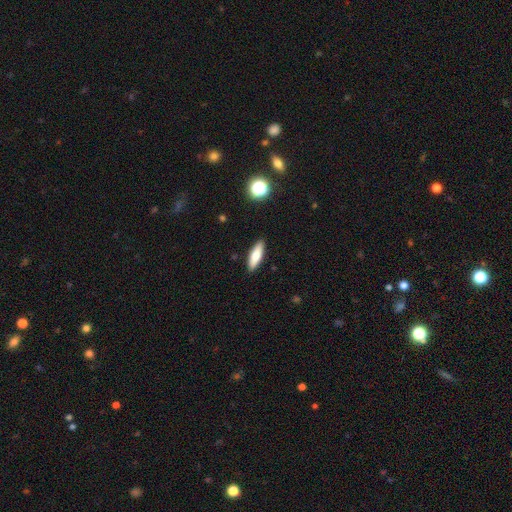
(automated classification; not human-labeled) Smooth or featured?
  - smooth: 70% *
  - featured or disk: 23%
  - star or artifact: 7%
How rounded?
  - cigar-shaped: 53% *
  - in between: 45%
  - round: 2%
Merging?
  - none: 89% *
  - minor disturbance: 8%
  - major disturbance: 2%
  - merger: 1%